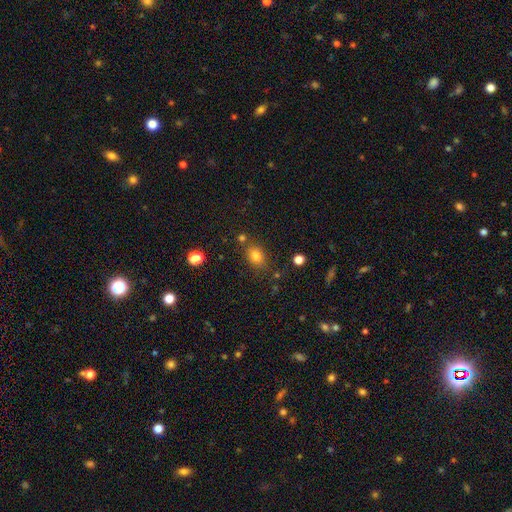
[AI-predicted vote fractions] Overall: smooth (79%). How rounded: in between (60%; round 39%). Merging: none (74%).